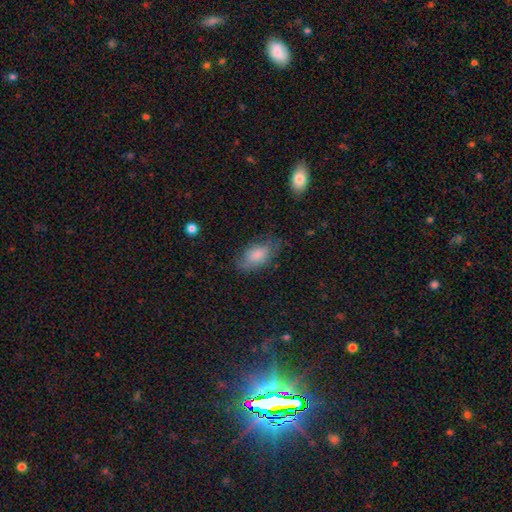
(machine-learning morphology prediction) Overall: smooth (72%). How rounded: in between (90%). Merging: none (65%; minor disturbance 26%).